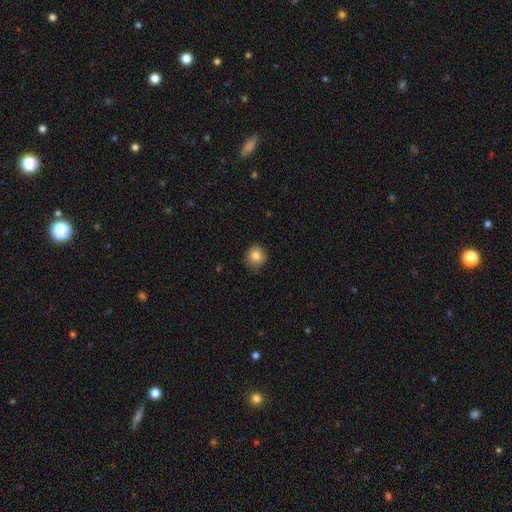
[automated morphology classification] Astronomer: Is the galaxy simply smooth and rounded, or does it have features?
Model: smooth — 82%.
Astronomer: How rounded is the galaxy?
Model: round — 91%.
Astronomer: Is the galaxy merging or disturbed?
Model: none — 82%.